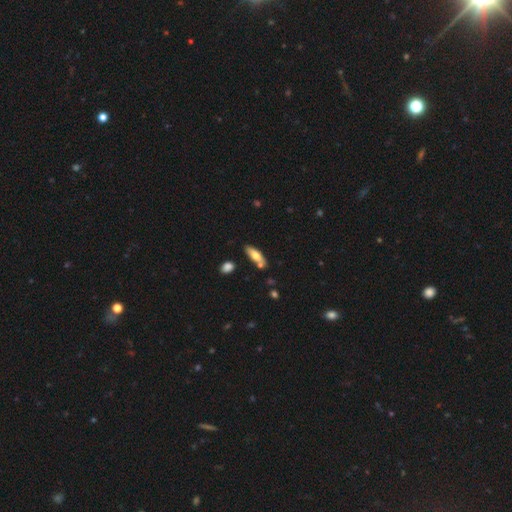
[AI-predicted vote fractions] Smooth or featured? Predicted: smooth (p=0.71). How rounded? Predicted: in between (p=0.60). Merging? Predicted: none (p=0.68).